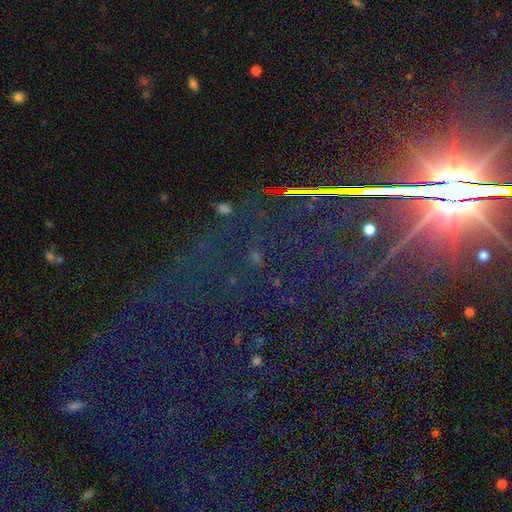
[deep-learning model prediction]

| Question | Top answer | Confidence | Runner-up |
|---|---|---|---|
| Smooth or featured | star or artifact | 83% | featured or disk (10%) |